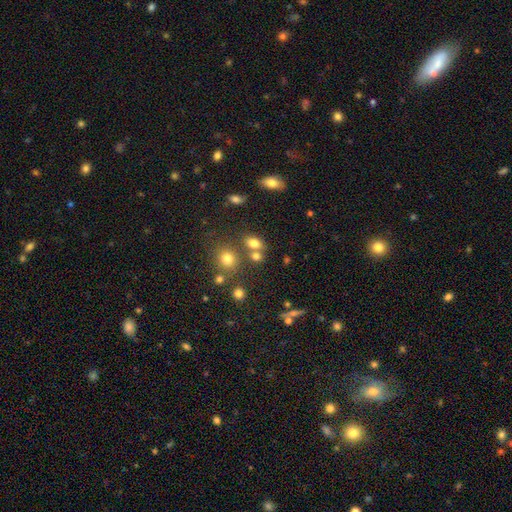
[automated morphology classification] type=smooth (53%); roundness=round (83%); merging=none (65%).